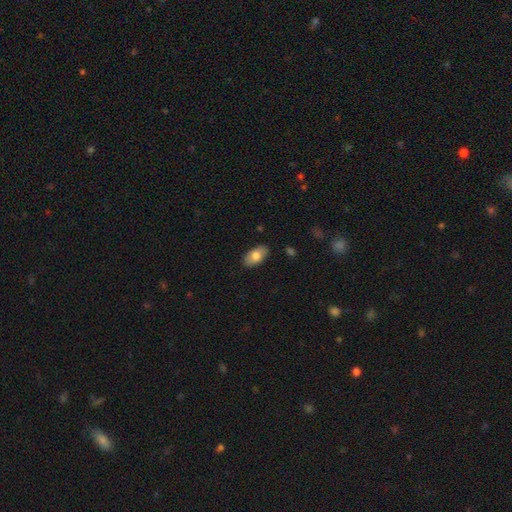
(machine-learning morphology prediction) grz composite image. It shows a smooth galaxy with no disk features (78%) that is in between round and cigar-shaped (94%). Merging: none (86%).